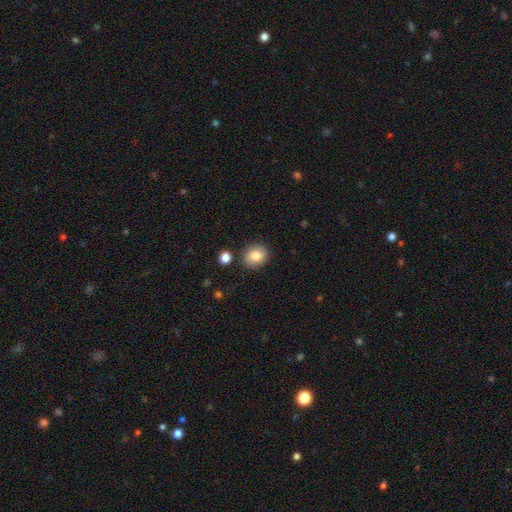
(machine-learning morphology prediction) A smooth galaxy with no disk features (84%) that is round (65%).

Vote fractions:
- Smooth or featured? smooth: 84% / star or artifact: 9% / featured or disk: 7%
- How rounded? round: 65% / in between: 34% / cigar-shaped: 1%
- Merging? none: 84% / minor disturbance: 9% / merger: 4% / major disturbance: 2%